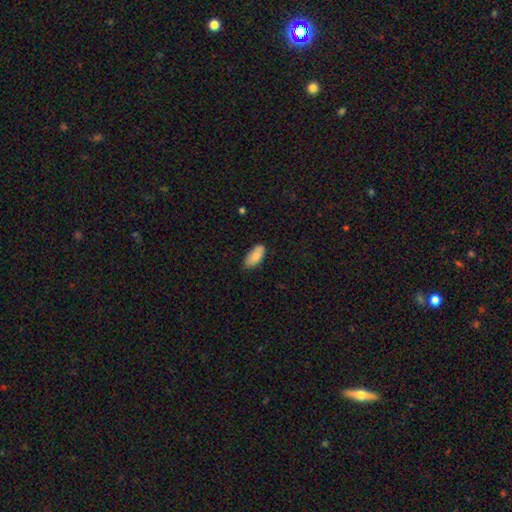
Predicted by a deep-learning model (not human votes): Q: Smooth or featured?
A: smooth (87%); runner-up: featured or disk (7%)
Q: How rounded?
A: in between (90%); runner-up: cigar-shaped (9%)
Q: Merging?
A: none (76%); runner-up: minor disturbance (20%)